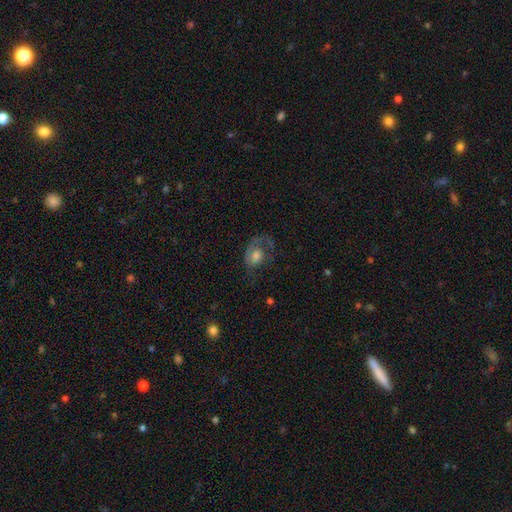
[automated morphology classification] smooth_or_featured: featured or disk (p=0.56) [alt: smooth p=0.35]
disk_edge_on: no (p=0.97) [alt: yes p=0.03]
bar: no (p=0.77) [alt: weak p=0.20]
has_spiral_arms: yes (p=0.76) [alt: no p=0.24]
bulge_size: moderate (p=0.48) [alt: large p=0.26]
merging: none (p=0.43) [alt: major disturbance p=0.35]